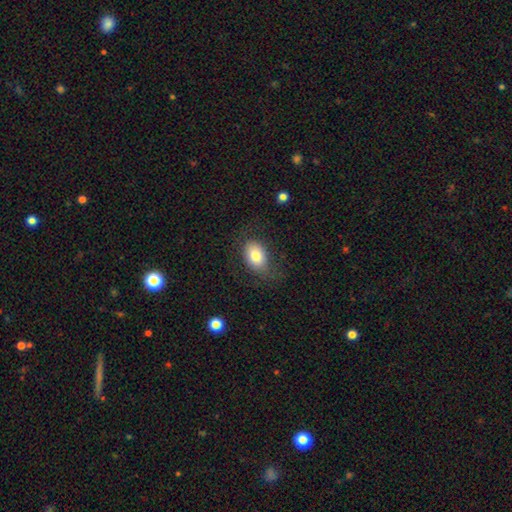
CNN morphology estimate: A smooth galaxy with no disk features (79%) that is in between round and cigar-shaped (82%).

Vote fractions:
- Smooth or featured? smooth: 79% / featured or disk: 13% / star or artifact: 8%
- How rounded? in between: 82% / round: 17% / cigar-shaped: 1%
- Merging? none: 72% / minor disturbance: 18% / major disturbance: 9% / merger: 1%